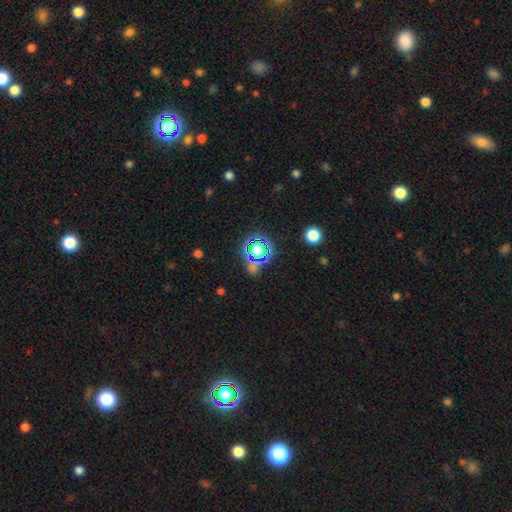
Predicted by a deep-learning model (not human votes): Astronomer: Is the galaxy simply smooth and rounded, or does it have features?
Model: star or artifact — 76%.